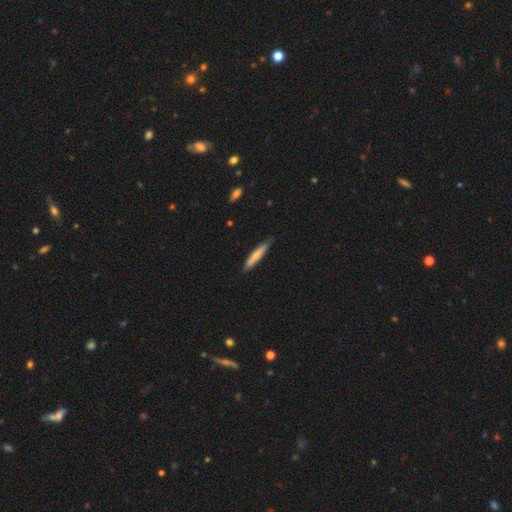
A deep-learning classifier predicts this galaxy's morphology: This is likely a smooth galaxy (71%). How rounded: clearly cigar-shaped (92%). Merging: clearly none (82%).